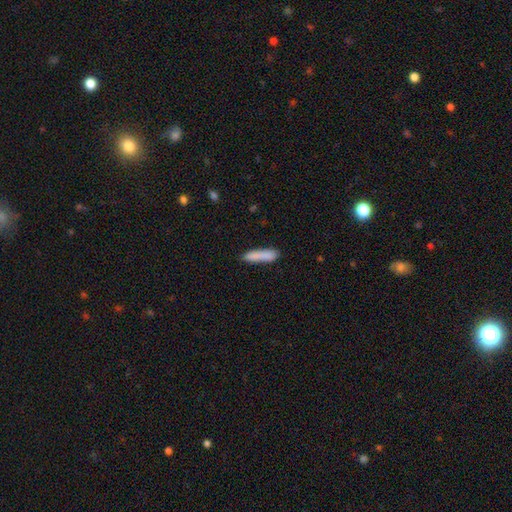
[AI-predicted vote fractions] A smooth galaxy with no disk features (85%) that is cigar-shaped (87%).

Vote fractions:
- Smooth or featured? smooth: 85% / featured or disk: 8% / star or artifact: 7%
- How rounded? cigar-shaped: 87% / in between: 11% / round: 1%
- Merging? none: 83% / minor disturbance: 12% / major disturbance: 2% / merger: 2%